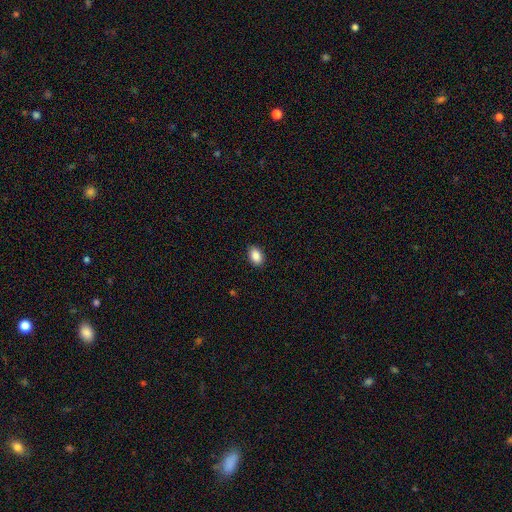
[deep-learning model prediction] Smooth or featured? smooth (89%)
How rounded? in between (86%)
Merging? none (89%)